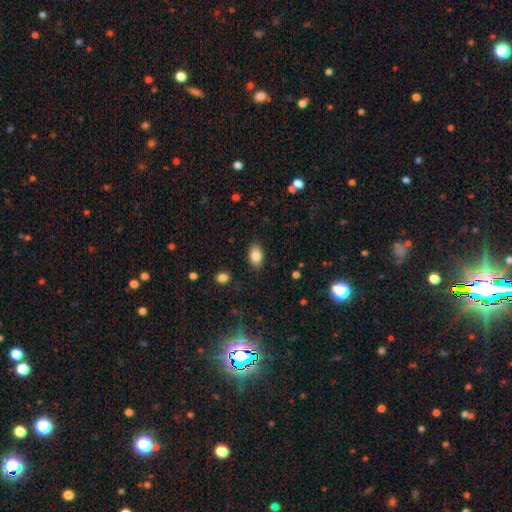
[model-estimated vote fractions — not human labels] smooth 84%, star or artifact 8%, featured or disk 8%. Down the decision tree: how rounded — in between (88%); merging — none (86%).